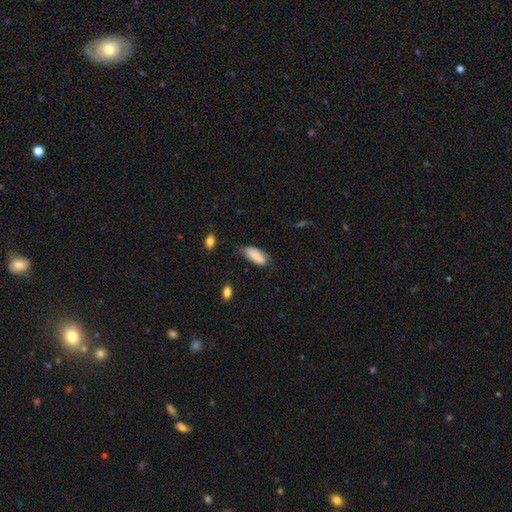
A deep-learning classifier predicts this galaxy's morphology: This is clearly a smooth galaxy (86%). How rounded: clearly in between (82%). Merging: likely none (64%).